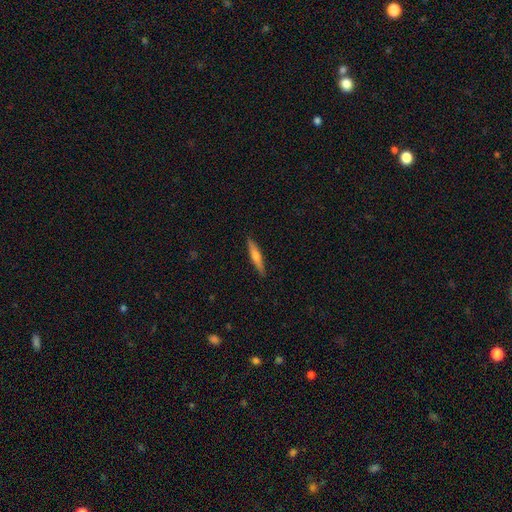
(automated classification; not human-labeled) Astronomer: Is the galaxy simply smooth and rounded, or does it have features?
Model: smooth — 50% (runner-up: featured or disk, 44%).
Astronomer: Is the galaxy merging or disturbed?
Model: none — 90%.